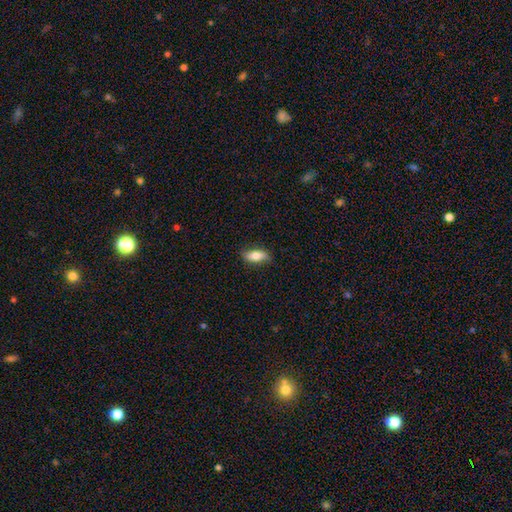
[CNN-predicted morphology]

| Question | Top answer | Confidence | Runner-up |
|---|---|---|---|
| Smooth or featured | smooth | 77% | featured or disk (17%) |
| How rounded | in between | 82% | cigar-shaped (15%) |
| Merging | none | 80% | minor disturbance (16%) |